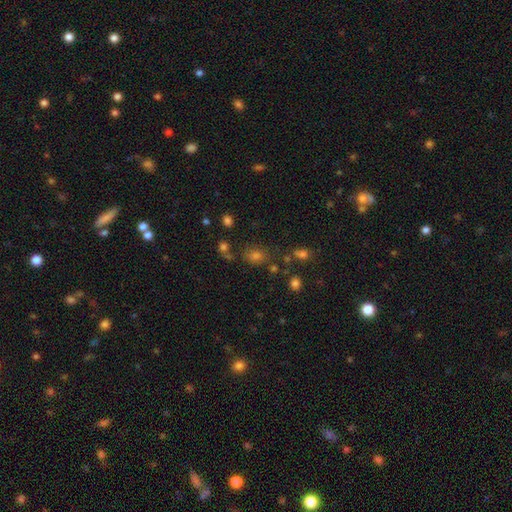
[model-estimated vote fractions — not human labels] This is likely a smooth galaxy (62%). How rounded: possibly round (55%). Merging: likely none (71%).